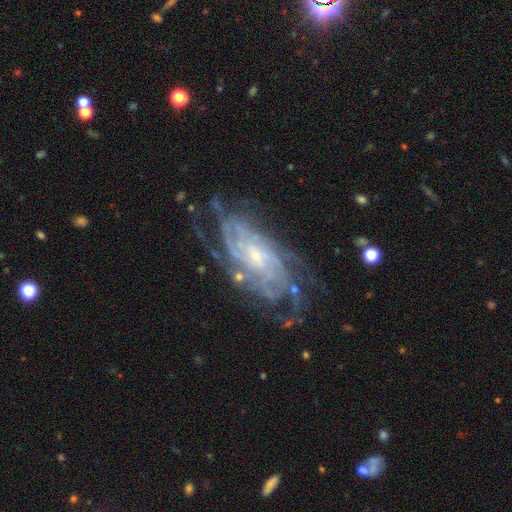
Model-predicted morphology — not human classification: Smooth or featured: featured or disk — 87% (smooth — 7%)
Edge-on disk: no — 94% (yes — 6%)
Bar: no — 63% (weak — 29%)
Spiral arms: yes — 96% (no — 4%)
Spiral winding: tight — 69% (medium — 25%)
Spiral arm count: can't tell — 38% (4 — 20%)
Bulge size: small — 74% (moderate — 19%)
Merging: none — 67% (minor disturbance — 20%)